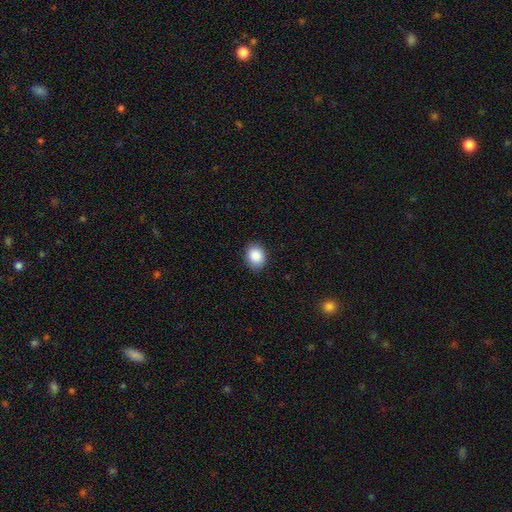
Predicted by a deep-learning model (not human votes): Smooth or featured?
  - smooth: 89% *
  - star or artifact: 8%
  - featured or disk: 4%
How rounded?
  - in between: 55% *
  - round: 44%
  - cigar-shaped: 1%
Merging?
  - none: 87% *
  - minor disturbance: 10%
  - major disturbance: 2%
  - merger: 1%